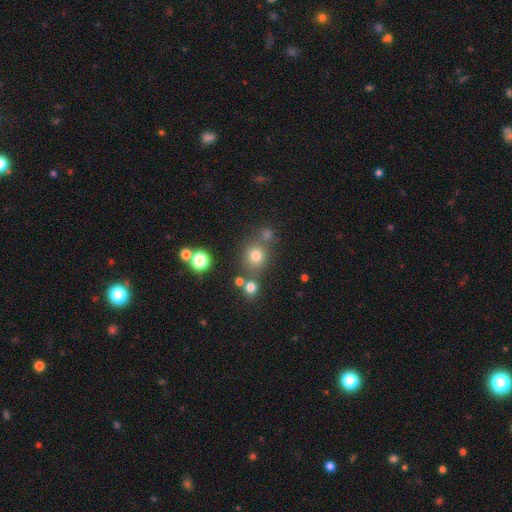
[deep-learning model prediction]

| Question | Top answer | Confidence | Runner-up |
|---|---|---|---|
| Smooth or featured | smooth | 74% | star or artifact (18%) |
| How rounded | round | 86% | in between (13%) |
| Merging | none | 72% | merger (14%) |